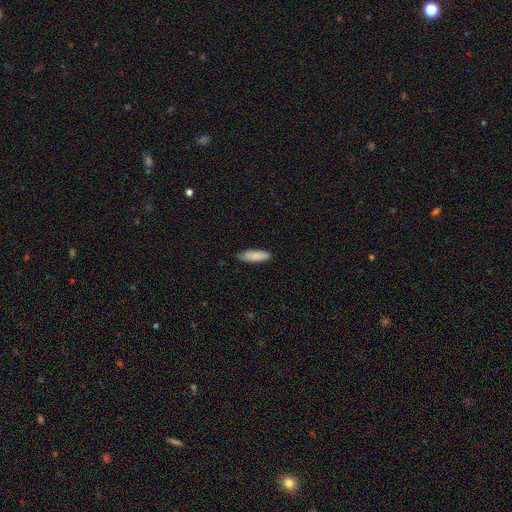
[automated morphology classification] Smooth or featured: smooth — 85% (featured or disk — 9%)
How rounded: in between — 55% (cigar-shaped — 43%)
Merging: none — 74% (minor disturbance — 22%)